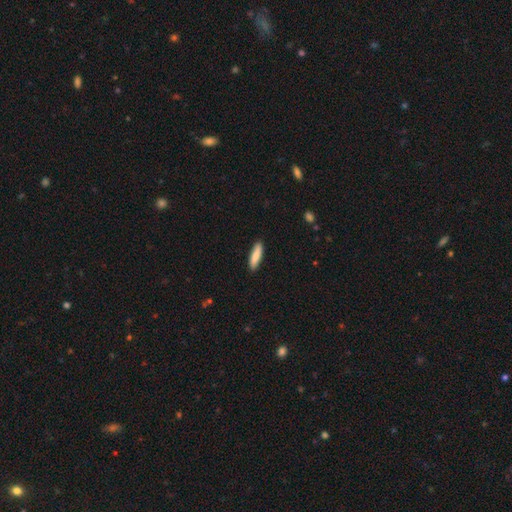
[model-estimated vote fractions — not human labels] This appears to be a smooth galaxy with no disk features (84%) that is cigar-shaped (76%). Merging: none (89%).